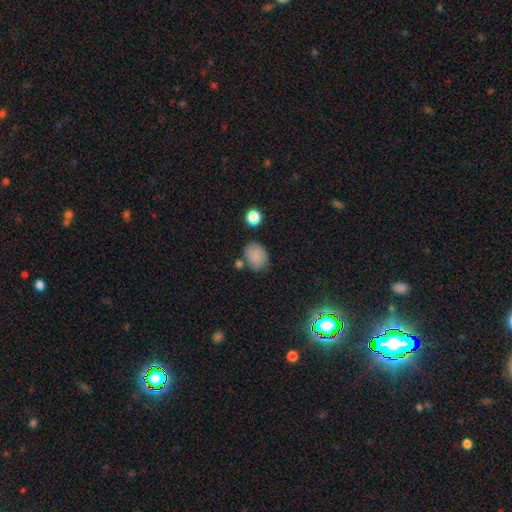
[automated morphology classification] Smooth or featured: smooth — 84% (star or artifact — 9%)
How rounded: in between — 65% (round — 34%)
Merging: none — 68% (minor disturbance — 18%)